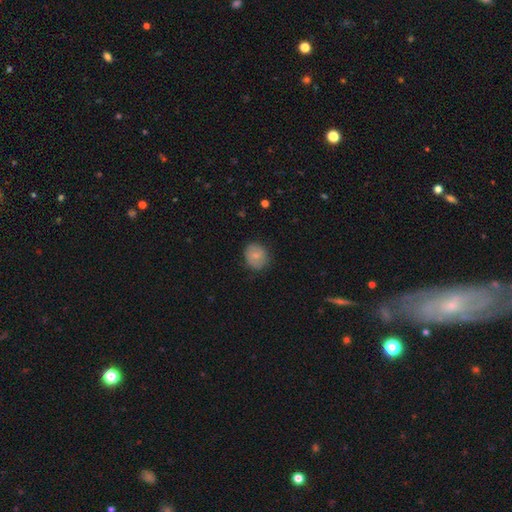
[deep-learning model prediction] Q: Smooth or featured?
A: smooth (65%); runner-up: featured or disk (28%)
Q: How rounded?
A: round (71%); runner-up: in between (28%)
Q: Merging?
A: none (78%); runner-up: minor disturbance (17%)